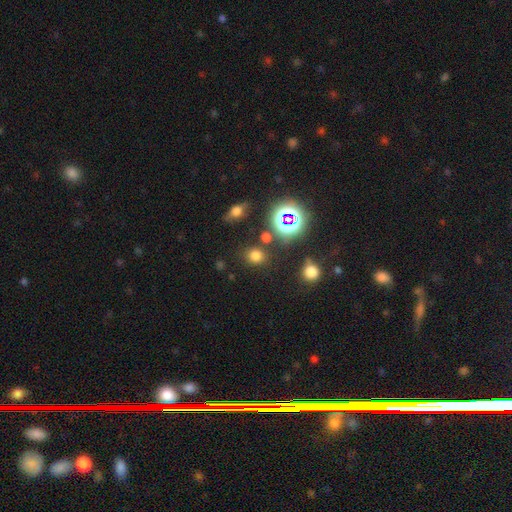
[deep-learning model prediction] Morphology: type=smooth (69%); roundness=round (70%); merging=none (82%).